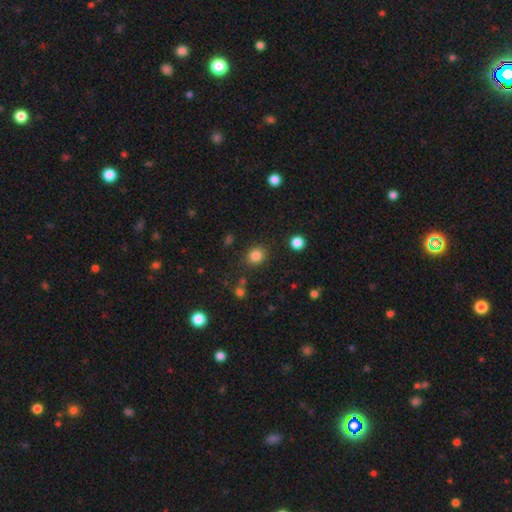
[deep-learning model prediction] smooth_or_featured: smooth (p=0.83) [alt: star or artifact p=0.12]
how_rounded: round (p=0.73) [alt: in between p=0.27]
merging: none (p=0.83) [alt: minor disturbance p=0.10]